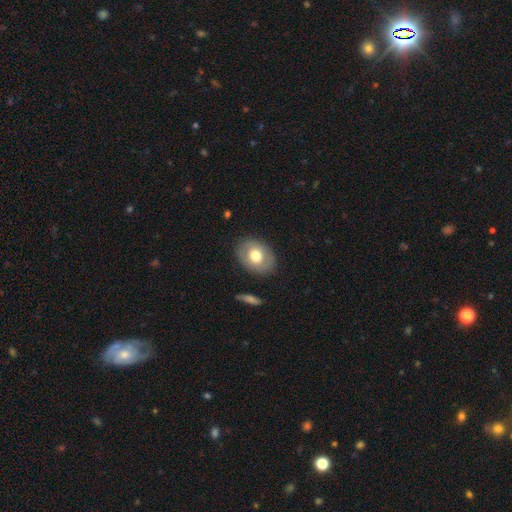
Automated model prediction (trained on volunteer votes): A smooth galaxy with no disk features (63%) that is in between round and cigar-shaped (64%).

Vote fractions:
- Smooth or featured? smooth: 63% / featured or disk: 31% / star or artifact: 7%
- How rounded? in between: 64% / round: 35% / cigar-shaped: 1%
- Merging? none: 85% / minor disturbance: 10% / major disturbance: 3% / merger: 1%